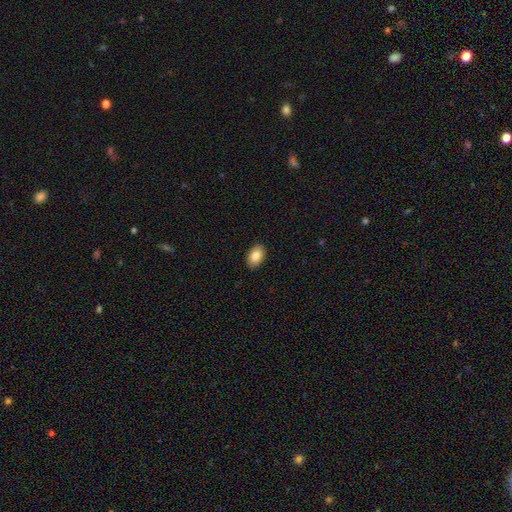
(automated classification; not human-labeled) Morphology: type=smooth (84%); roundness=in between (90%); merging=none (90%).